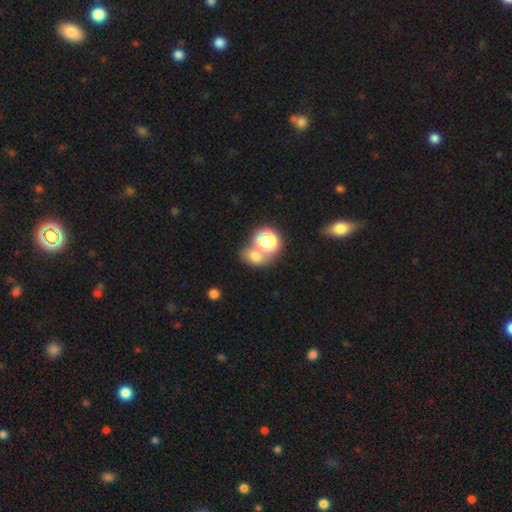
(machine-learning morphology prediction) Smooth or featured: smooth — 69% (star or artifact — 20%)
How rounded: round — 52% (in between — 46%)
Merging: none — 43% (merger — 42%)